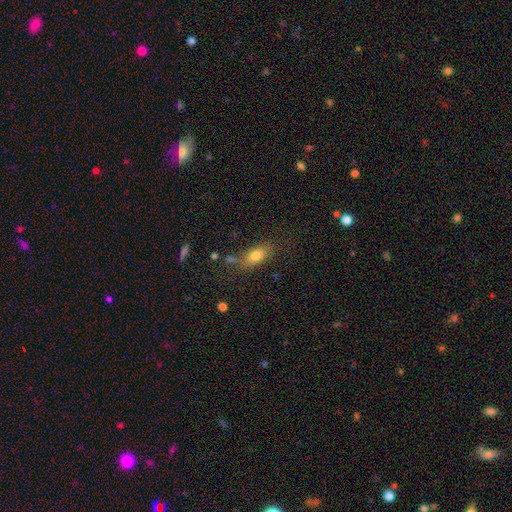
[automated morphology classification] Smooth or featured: smooth — 77% (featured or disk — 14%)
How rounded: in between — 80% (cigar-shaped — 13%)
Merging: none — 65% (minor disturbance — 20%)